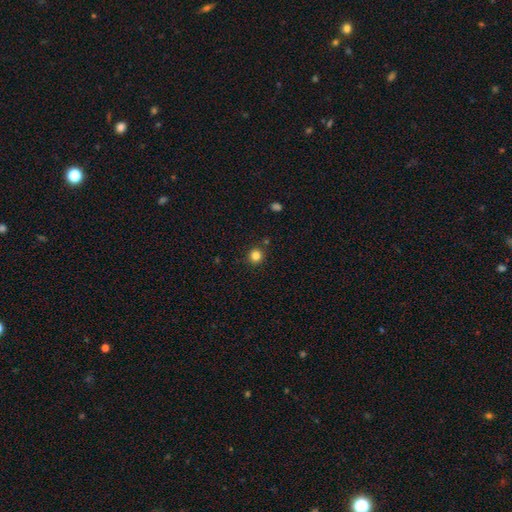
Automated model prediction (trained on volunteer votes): smooth-or-featured: smooth: 83% | star or artifact: 13% | featured or disk: 4%
  how-rounded: round: 93% | in between: 6% | cigar-shaped: 1%
  merging: none: 88% | minor disturbance: 6% | merger: 3% | major disturbance: 2%